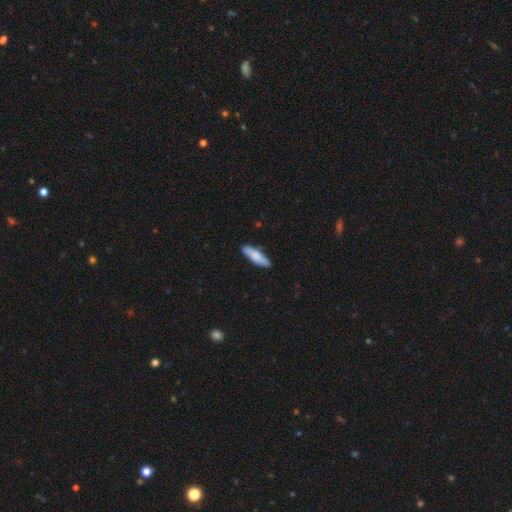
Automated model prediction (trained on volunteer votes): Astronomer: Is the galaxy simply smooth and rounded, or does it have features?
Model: smooth — 78%.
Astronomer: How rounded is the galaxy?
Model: cigar-shaped — 60% (runner-up: in between, 38%).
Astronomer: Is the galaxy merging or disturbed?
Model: none — 86%.